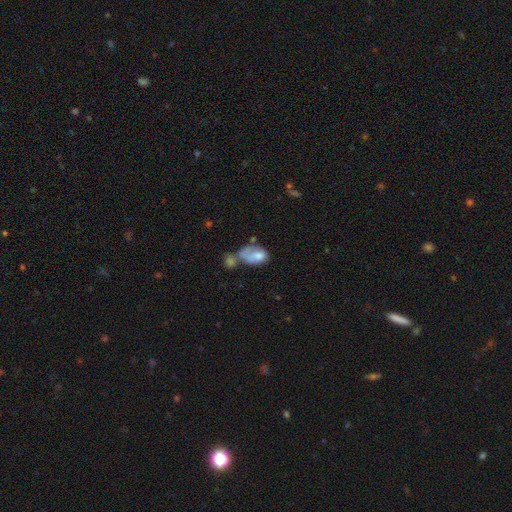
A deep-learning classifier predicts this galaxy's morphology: Smooth or featured?
  - smooth: 66% *
  - featured or disk: 26%
  - star or artifact: 8%
How rounded?
  - in between: 87% *
  - round: 11%
  - cigar-shaped: 2%
Merging?
  - merger: 47% *
  - major disturbance: 21%
  - none: 17%
  - minor disturbance: 15%